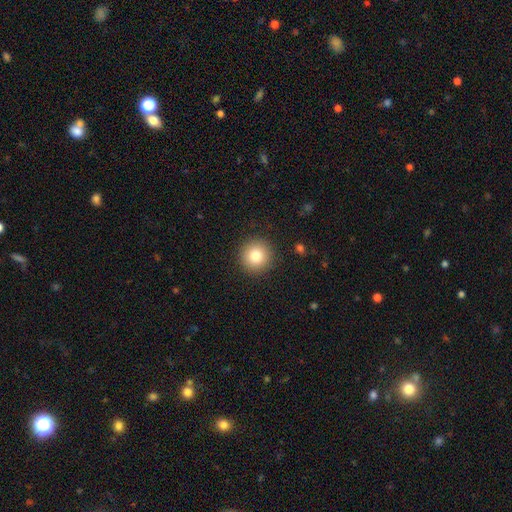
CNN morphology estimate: Smooth or featured? Predicted: smooth (p=0.82). How rounded? Predicted: round (p=0.95). Merging? Predicted: none (p=0.91).